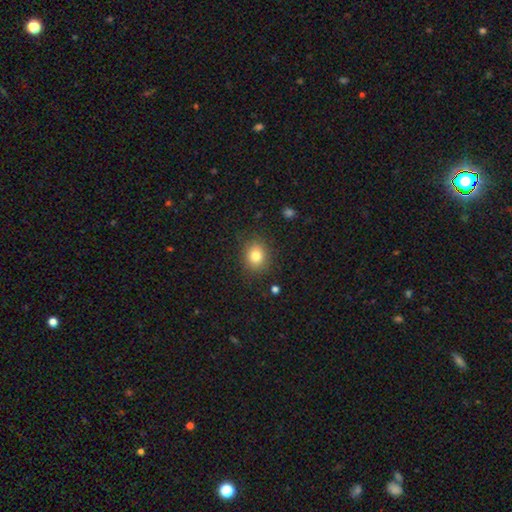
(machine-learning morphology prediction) A smooth galaxy with no disk features (81%) that is round (70%).

Vote fractions:
- Smooth or featured? smooth: 81% / star or artifact: 11% / featured or disk: 8%
- How rounded? round: 70% / in between: 29% / cigar-shaped: 1%
- Merging? none: 86% / minor disturbance: 10% / major disturbance: 3% / merger: 1%